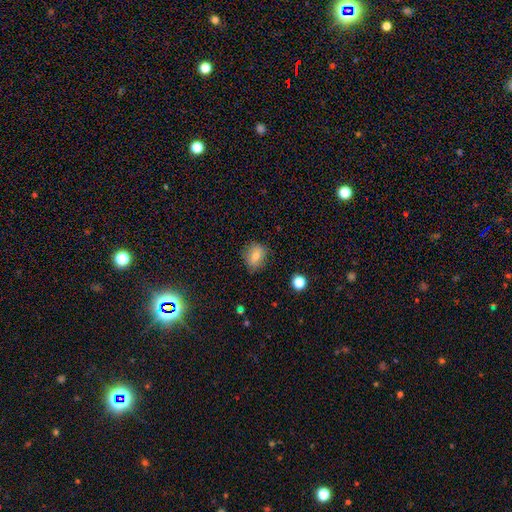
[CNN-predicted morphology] A smooth galaxy with no disk features (74%) that is round (61%).

Vote fractions:
- Smooth or featured? smooth: 74% / featured or disk: 15% / star or artifact: 11%
- How rounded? round: 61% / in between: 37% / cigar-shaped: 1%
- Merging? none: 78% / minor disturbance: 17% / major disturbance: 4% / merger: 1%